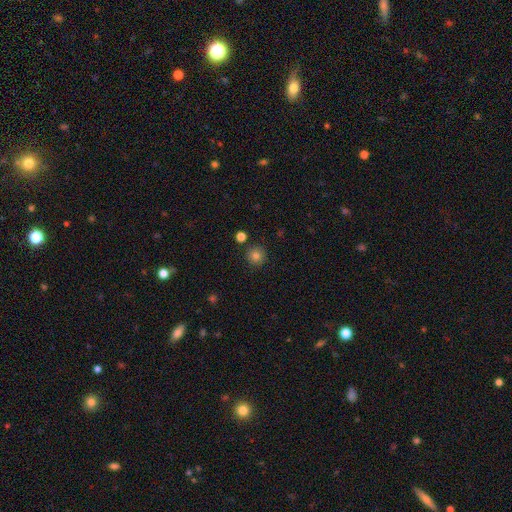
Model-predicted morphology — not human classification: Smooth or featured? Predicted: smooth (p=0.82). How rounded? Predicted: round (p=0.95). Merging? Predicted: none (p=0.88).